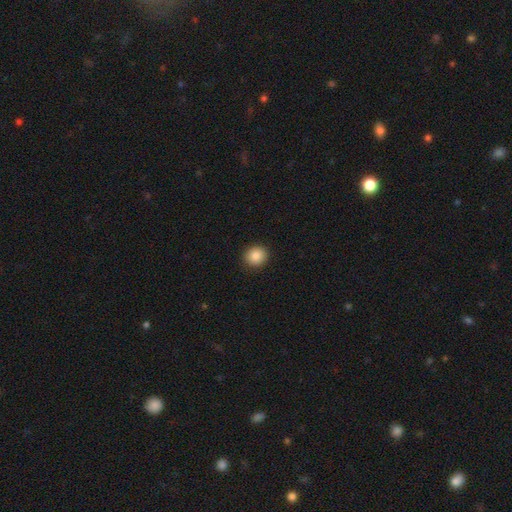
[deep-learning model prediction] Smooth or featured: smooth — 87% (star or artifact — 9%)
How rounded: round — 85% (in between — 14%)
Merging: none — 91% (minor disturbance — 6%)